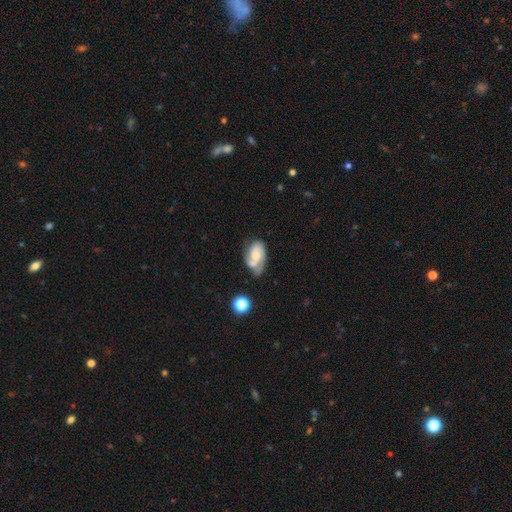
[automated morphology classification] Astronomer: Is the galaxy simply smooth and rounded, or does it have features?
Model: featured or disk — 67%.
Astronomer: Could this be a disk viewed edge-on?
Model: no — 96%.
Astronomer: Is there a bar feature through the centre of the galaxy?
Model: no — 62%.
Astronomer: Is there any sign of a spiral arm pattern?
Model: yes — 89%.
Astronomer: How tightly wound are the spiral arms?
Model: medium — 43% (runner-up: tight, 39%).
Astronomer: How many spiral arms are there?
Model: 2 — 60%.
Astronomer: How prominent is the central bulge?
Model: moderate — 41% (runner-up: small, 35%).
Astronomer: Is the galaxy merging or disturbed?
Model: none — 46% (runner-up: minor disturbance, 29%).